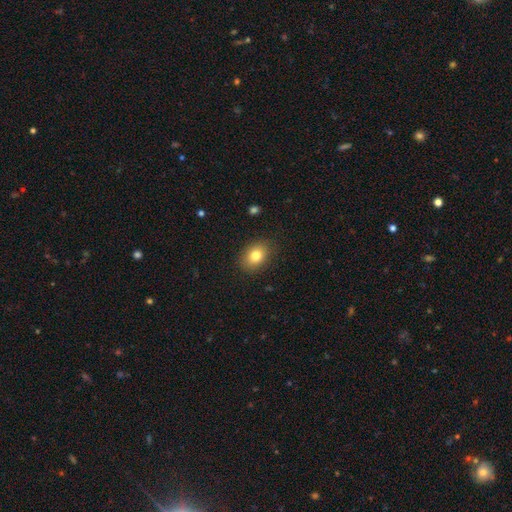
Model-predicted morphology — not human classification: Smooth or featured? smooth (81%)
How rounded? in between (71%)
Merging? none (85%)